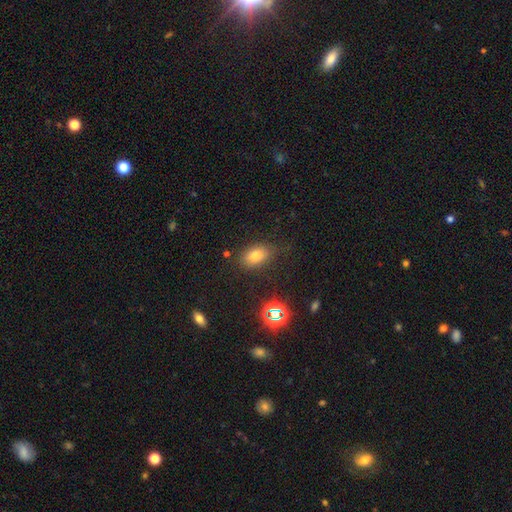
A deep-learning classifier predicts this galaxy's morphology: Smooth or featured? Predicted: smooth (p=0.74). How rounded? Predicted: in between (p=0.82). Merging? Predicted: none (p=0.78).